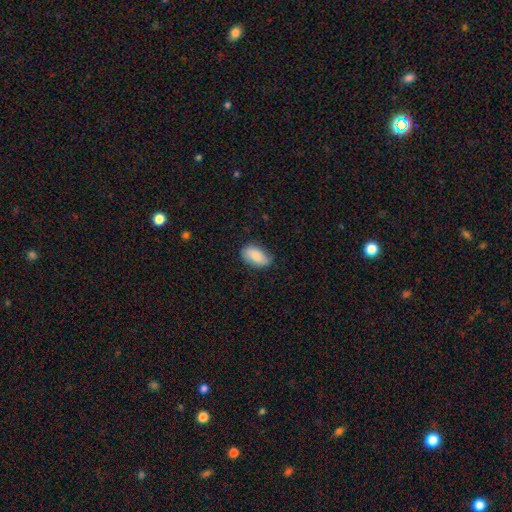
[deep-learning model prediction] The model was most divided on "merging": none: 74%, minor disturbance: 21%, major disturbance: 4%, merger: 1%. More confident: how rounded — in between (94%); smooth or featured — smooth (84%).